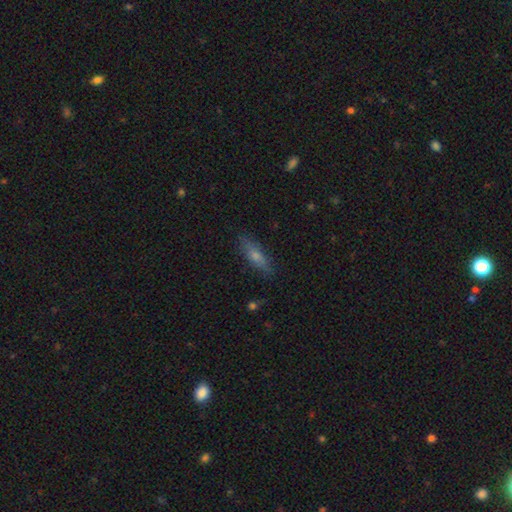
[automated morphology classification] type=smooth (55%); roundness=cigar-shaped (65%); merging=none (84%).